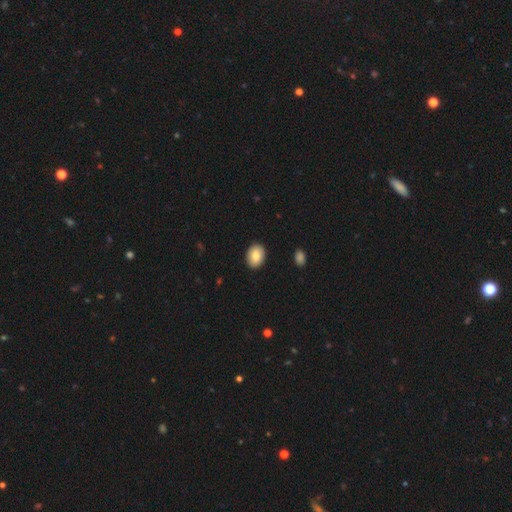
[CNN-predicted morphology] smooth_or_featured: smooth (p=0.84) [alt: featured or disk p=0.09]
how_rounded: in between (p=0.72) [alt: round p=0.27]
merging: none (p=0.90) [alt: minor disturbance p=0.07]